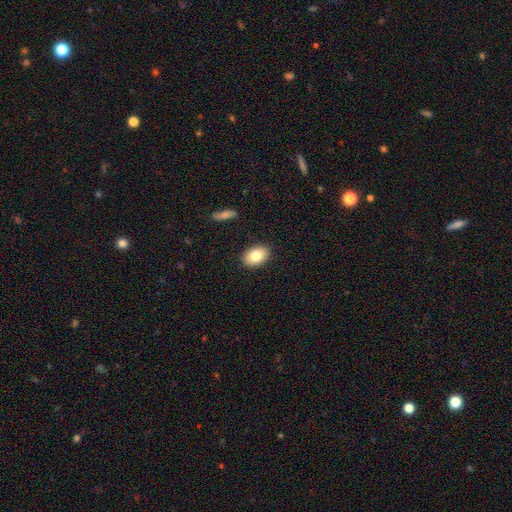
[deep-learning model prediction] This appears to be a smooth galaxy with no disk features (80%) that is in between round and cigar-shaped (87%). Merging: none (89%).